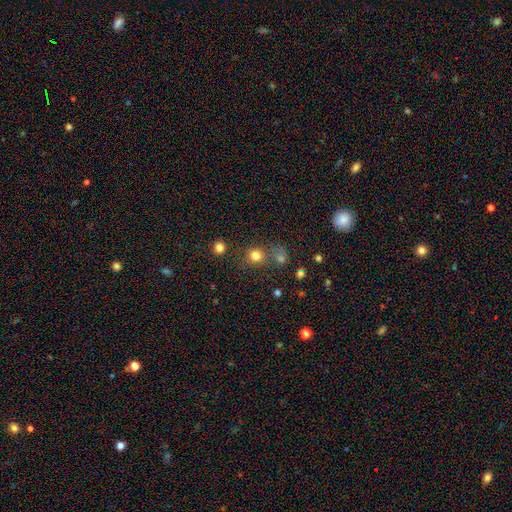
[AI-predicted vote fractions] Q: Smooth or featured?
A: smooth (78%); runner-up: star or artifact (15%)
Q: How rounded?
A: round (86%); runner-up: in between (13%)
Q: Merging?
A: none (66%); runner-up: merger (18%)